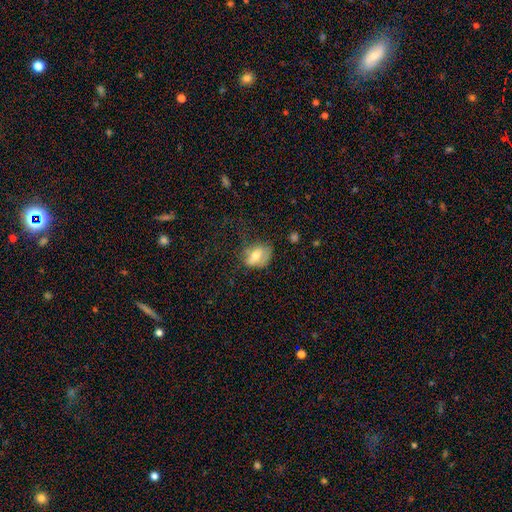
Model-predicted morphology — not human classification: This is likely a smooth galaxy (61%). How rounded: possibly in between (59%). Merging: possibly none (50%).